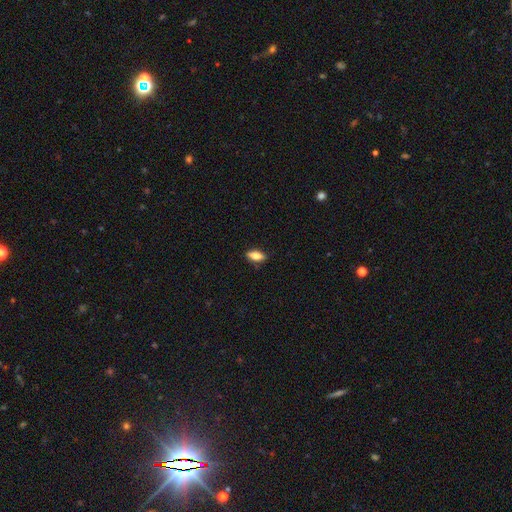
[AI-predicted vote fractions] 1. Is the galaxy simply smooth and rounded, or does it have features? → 71% smooth, 22% featured or disk, 7% star or artifact.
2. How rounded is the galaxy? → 80% in between, 17% cigar-shaped, 3% round.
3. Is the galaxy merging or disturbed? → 86% none, 11% minor disturbance, 2% major disturbance, 1% merger.